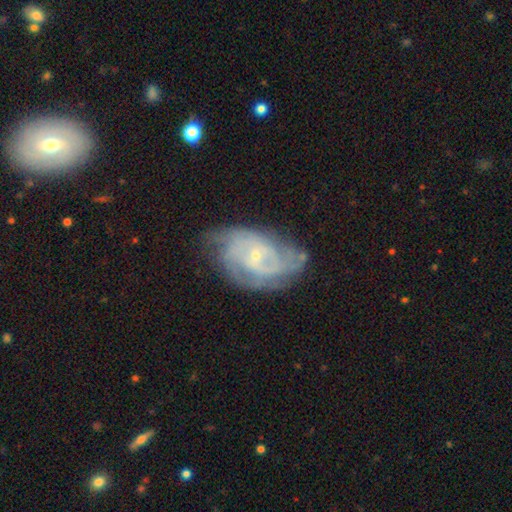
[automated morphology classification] A featured or disk galaxy (83%) with no bar (63%), tight (52%) spiral arms (93%) and a small central bulge (80%).

Vote fractions:
- Smooth or featured? featured or disk: 83% / smooth: 11% / star or artifact: 6%
- Edge-on disk? no: 97% / yes: 3%
- Bar? no: 63% / weak: 31% / strong: 7%
- Spiral arms? yes: 93% / no: 7%
- Spiral winding? tight: 52% / medium: 38% / loose: 10%
- Spiral arm count? can't tell: 31% / 2: 26% / 3: 21% / 4: 11% / 1: 5% / more than 4: 5%
- Bulge size? small: 80% / moderate: 16% / none: 2% / large: 1% / dominant: 1%
- Merging? none: 62% / minor disturbance: 25% / major disturbance: 11% / merger: 2%